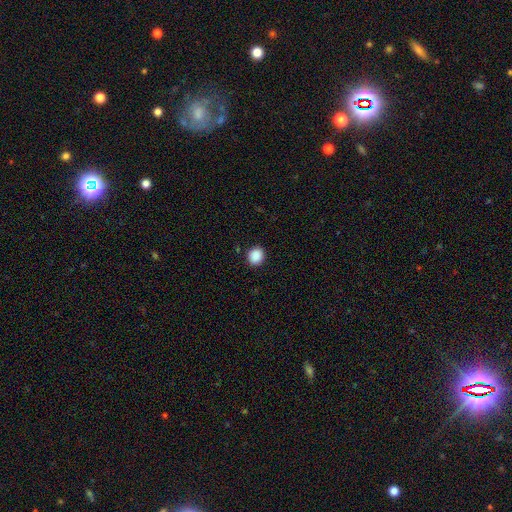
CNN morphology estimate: A smooth galaxy with no disk features (89%) that is round (80%).

Vote fractions:
- Smooth or featured? smooth: 89% / star or artifact: 8% / featured or disk: 2%
- How rounded? round: 80% / in between: 19% / cigar-shaped: 1%
- Merging? none: 90% / minor disturbance: 6% / major disturbance: 2% / merger: 1%